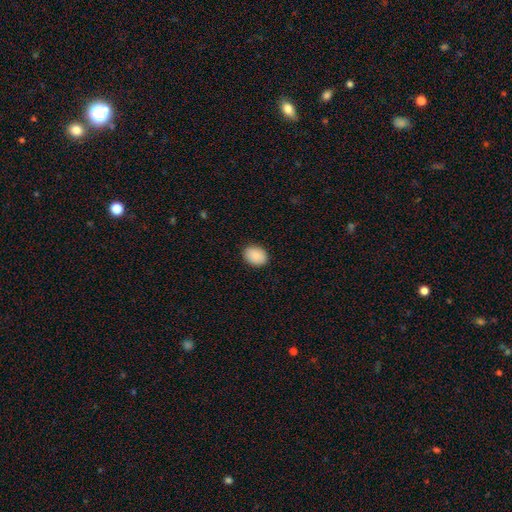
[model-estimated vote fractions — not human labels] Smooth or featured: smooth — 90% (star or artifact — 7%)
How rounded: in between — 71% (round — 29%)
Merging: none — 90% (minor disturbance — 8%)